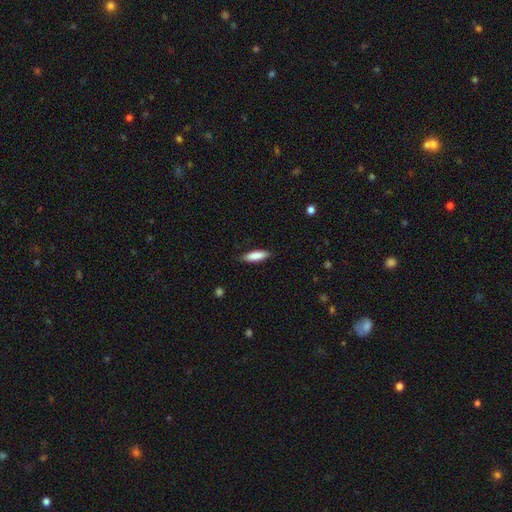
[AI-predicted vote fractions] This is clearly a smooth galaxy (86%). How rounded: possibly cigar-shaped (51%). Merging: clearly none (84%).